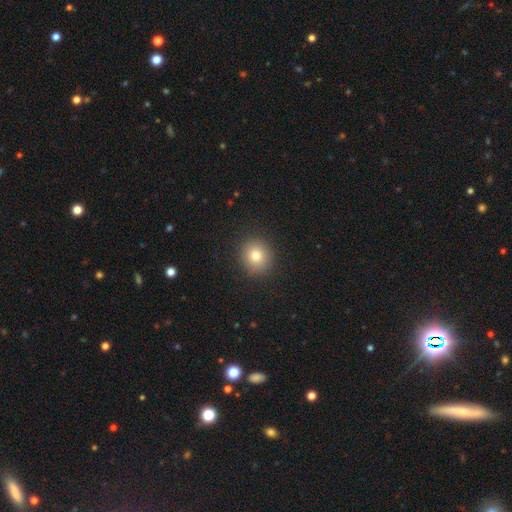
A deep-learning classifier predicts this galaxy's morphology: A smooth galaxy with no disk features (78%) that is round (86%). Merging: none (90%).